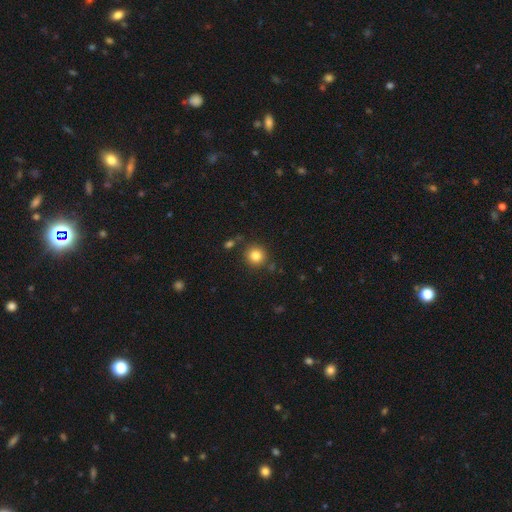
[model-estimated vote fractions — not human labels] A smooth galaxy with no disk features (82%) that is round (92%).

Vote fractions:
- Smooth or featured? smooth: 82% / star or artifact: 11% / featured or disk: 6%
- How rounded? round: 92% / in between: 7% / cigar-shaped: 1%
- Merging? none: 84% / minor disturbance: 8% / merger: 5% / major disturbance: 3%